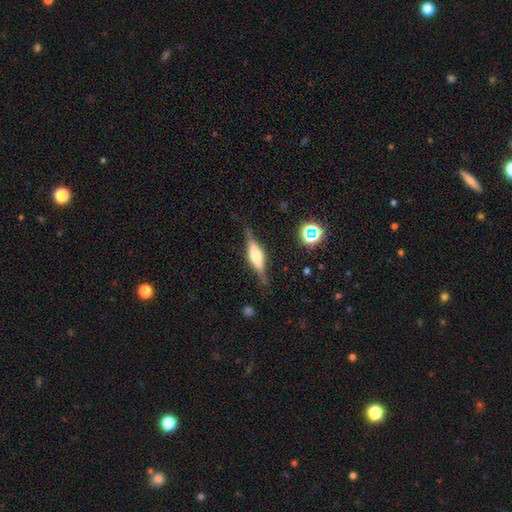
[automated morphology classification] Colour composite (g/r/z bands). It shows a featured or disk galaxy (71%) viewed edge-on (96%) with a rounded central bulge (71%). Merging: none (82%).